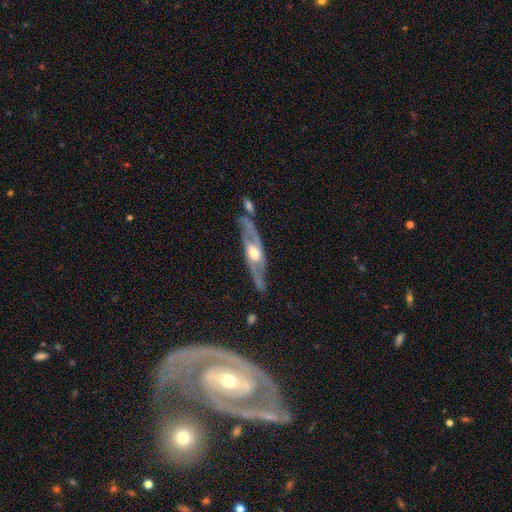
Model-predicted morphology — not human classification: Overall: featured or disk (83%). Edge-on disk: no (55%; yes 45%). Merging: none (74%).